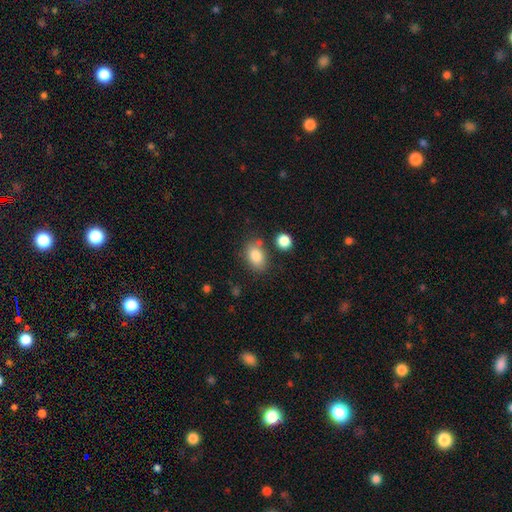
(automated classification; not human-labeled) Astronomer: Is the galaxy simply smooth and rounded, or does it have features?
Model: smooth — 84%.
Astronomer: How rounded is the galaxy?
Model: in between — 82%.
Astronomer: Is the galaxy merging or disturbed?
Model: none — 71%.